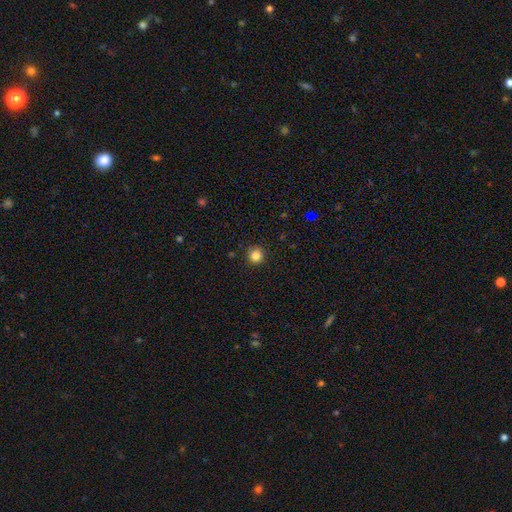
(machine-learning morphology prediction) Smooth or featured: smooth — 84% (star or artifact — 12%)
How rounded: round — 94% (in between — 5%)
Merging: none — 91% (minor disturbance — 6%)